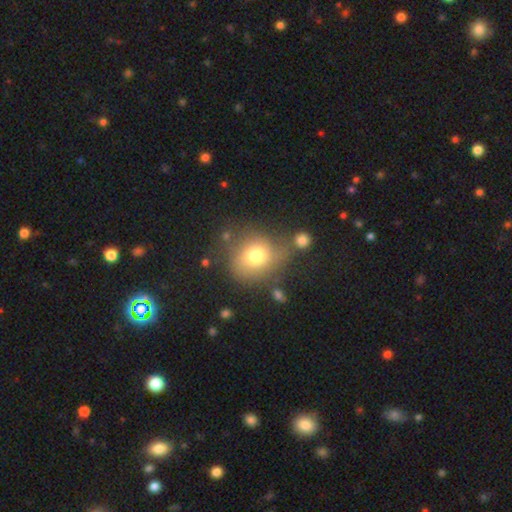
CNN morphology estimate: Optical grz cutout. It shows a smooth galaxy with no disk features (72%) that is round (75%). Merging: none (59%).